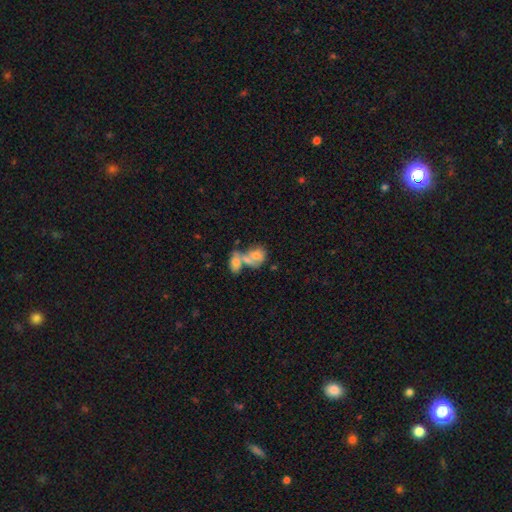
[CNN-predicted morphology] type=smooth (66%); roundness=in between (63%); merging=merger (68%).